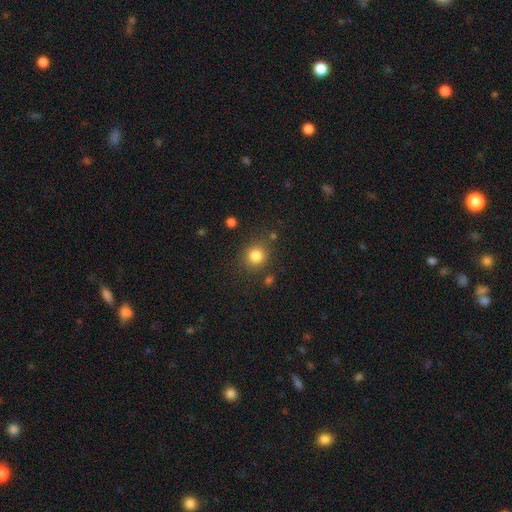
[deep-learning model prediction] A smooth galaxy with no disk features (82%) that is round (86%). Merging: none (82%).